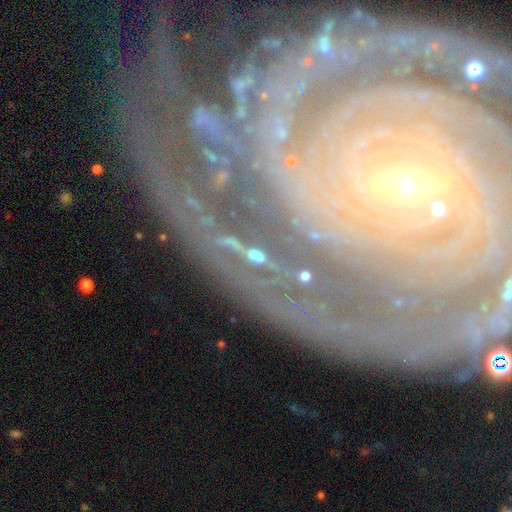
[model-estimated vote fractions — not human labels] Smooth or featured?
  - featured or disk: 52% *
  - star or artifact: 31%
  - smooth: 16%
Edge-on disk?
  - no: 81% *
  - yes: 19%
Merging?
  - none: 47% *
  - major disturbance: 19%
  - merger: 18%
  - minor disturbance: 17%